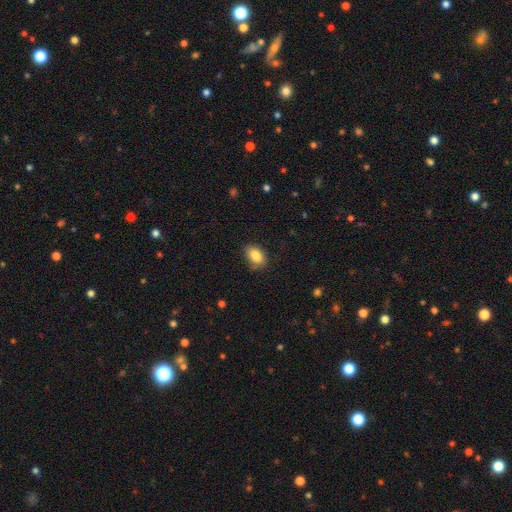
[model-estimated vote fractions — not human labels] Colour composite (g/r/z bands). It shows a smooth galaxy with no disk features (85%) that is in between round and cigar-shaped (89%). Merging: none (80%).